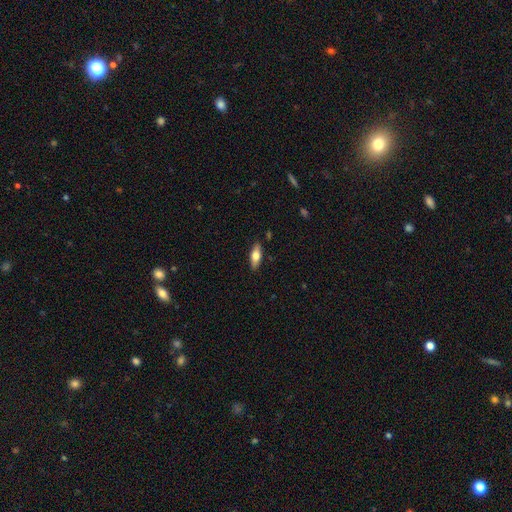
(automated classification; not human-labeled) Q: Smooth or featured?
A: smooth (63%); runner-up: featured or disk (31%)
Q: How rounded?
A: in between (68%); runner-up: cigar-shaped (29%)
Q: Merging?
A: none (87%); runner-up: minor disturbance (10%)